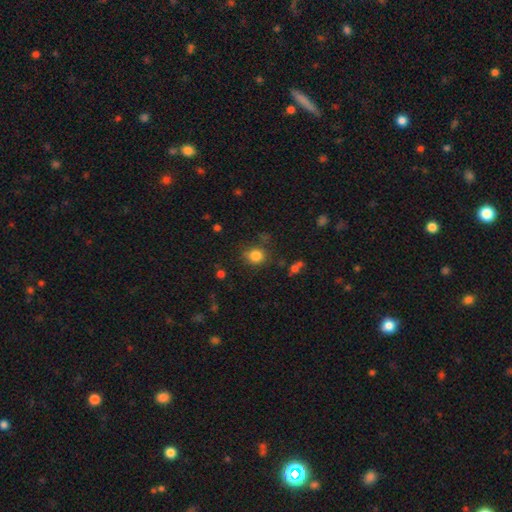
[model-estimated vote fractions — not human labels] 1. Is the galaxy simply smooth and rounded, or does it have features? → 83% smooth, 12% star or artifact, 6% featured or disk.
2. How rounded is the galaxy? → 72% round, 27% in between, 1% cigar-shaped.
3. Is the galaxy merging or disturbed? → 74% none, 17% minor disturbance, 5% major disturbance, 3% merger.